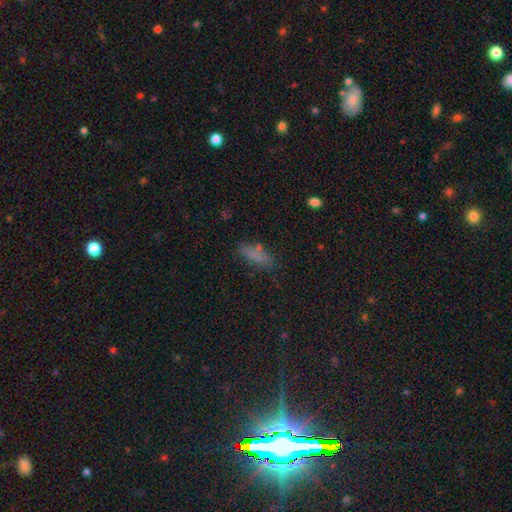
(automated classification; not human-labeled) smooth_or_featured: smooth (p=0.71) [alt: star or artifact p=0.16]
how_rounded: in between (p=0.57) [alt: cigar-shaped p=0.40]
merging: none (p=0.67) [alt: minor disturbance p=0.20]